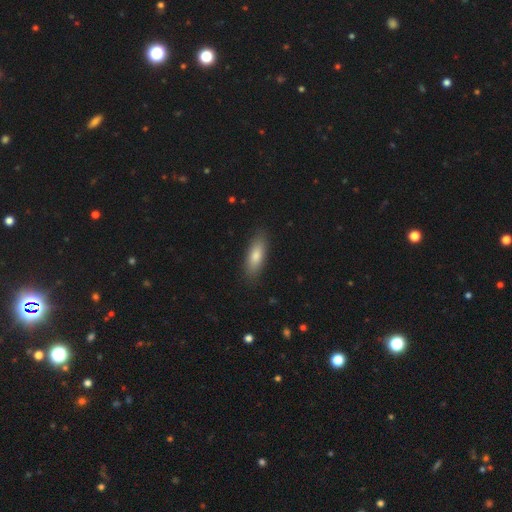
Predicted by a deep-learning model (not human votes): This is likely a smooth galaxy (78%). How rounded: likely in between (61%). Merging: clearly none (87%).